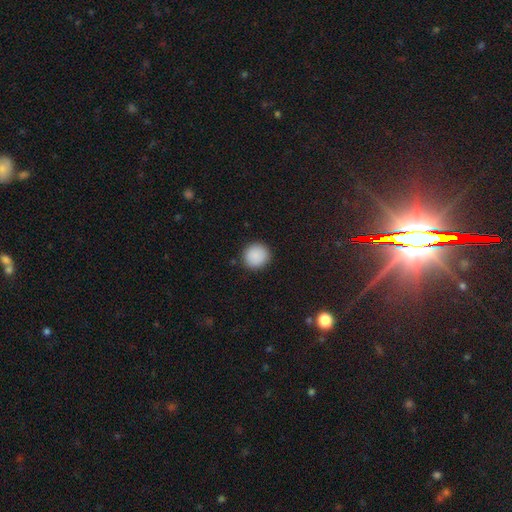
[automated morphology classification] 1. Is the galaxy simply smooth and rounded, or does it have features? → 89% smooth, 8% star or artifact, 3% featured or disk.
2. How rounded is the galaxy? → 93% round, 6% in between, 1% cigar-shaped.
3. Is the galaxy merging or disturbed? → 91% none, 6% minor disturbance, 2% major disturbance, 1% merger.